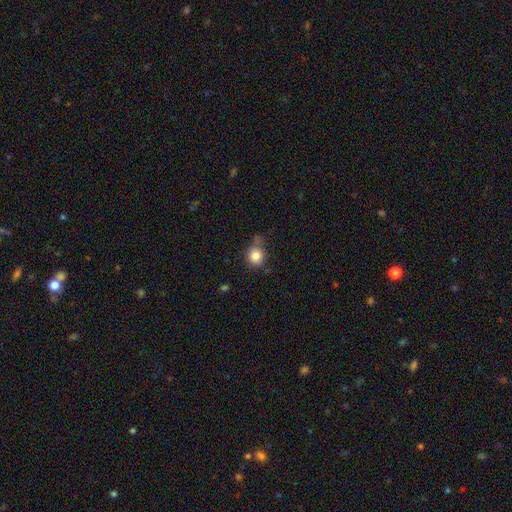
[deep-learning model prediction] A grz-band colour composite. It shows a smooth galaxy with no disk features (82%) that is round (78%). Merging: none (55%).